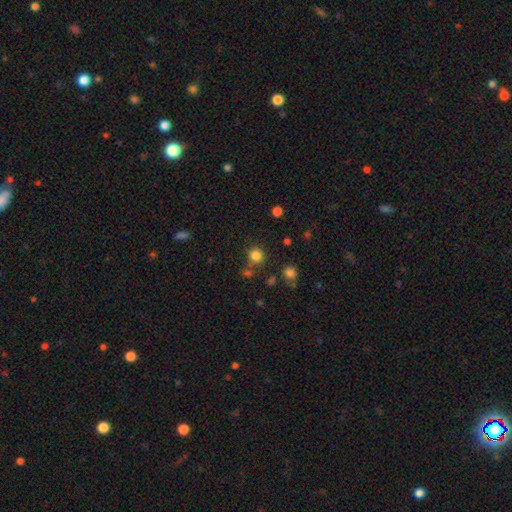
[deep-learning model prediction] Smooth or featured? Predicted: smooth (p=0.81). How rounded? Predicted: round (p=0.91). Merging? Predicted: none (p=0.78).